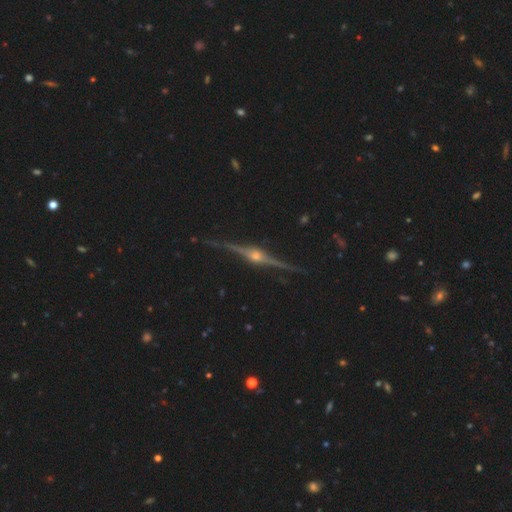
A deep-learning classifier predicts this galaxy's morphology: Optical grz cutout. It shows a featured or disk galaxy (91%) viewed edge-on (98%) with a rounded central bulge (93%). Merging: none (90%).